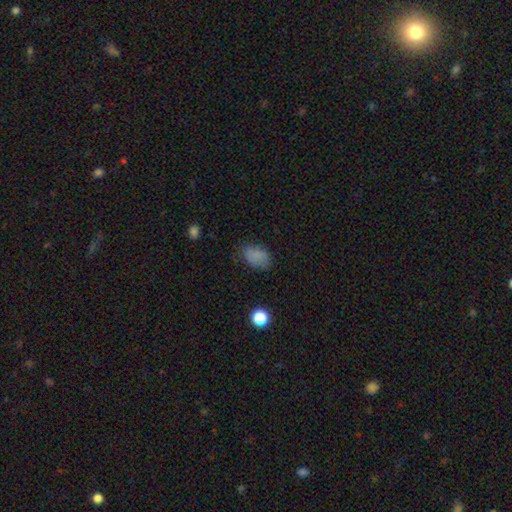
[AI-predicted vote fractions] Smooth or featured?
  - smooth: 80% *
  - star or artifact: 11%
  - featured or disk: 9%
How rounded?
  - in between: 83% *
  - round: 15%
  - cigar-shaped: 1%
Merging?
  - none: 69% *
  - minor disturbance: 23%
  - major disturbance: 6%
  - merger: 2%